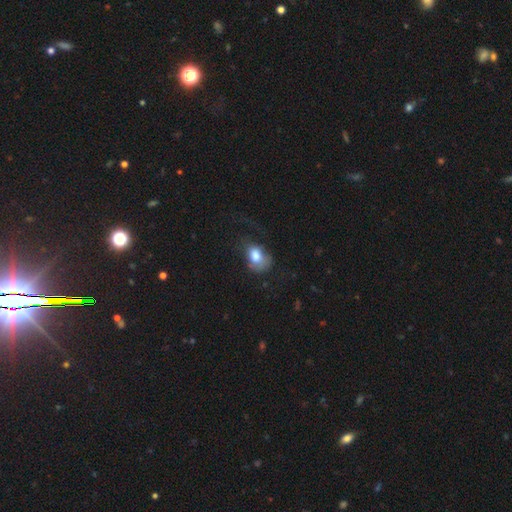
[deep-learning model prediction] This is likely a smooth galaxy (74%). How rounded: likely in between (73%). Merging: marginally major disturbance (42%).